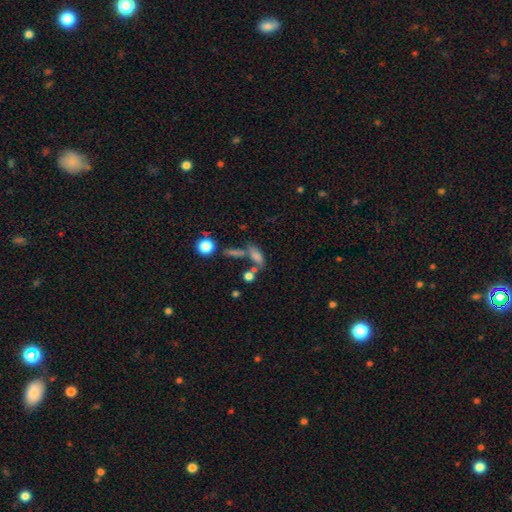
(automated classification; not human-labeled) smooth_or_featured: smooth (p=0.72) [alt: featured or disk p=0.15]
how_rounded: in between (p=0.68) [alt: cigar-shaped p=0.23]
merging: none (p=0.42) [alt: merger p=0.31]